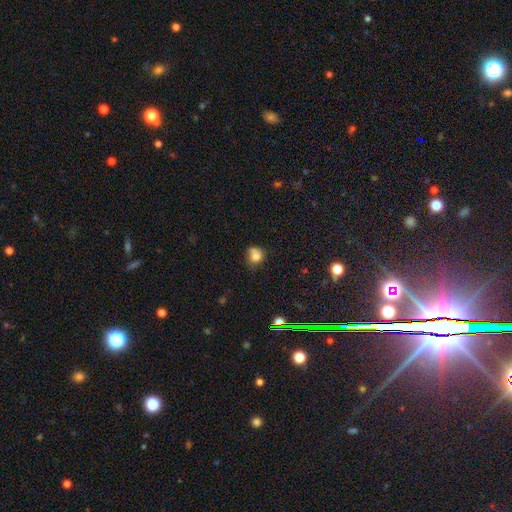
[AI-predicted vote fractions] Morphology: type=smooth (75%); roundness=round (72%); merging=none (43%).